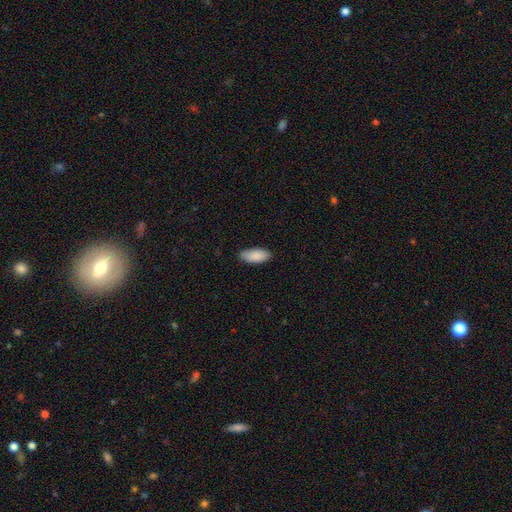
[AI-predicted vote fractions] A smooth galaxy with no disk features (89%) that is in between round and cigar-shaped (88%).

Vote fractions:
- Smooth or featured? smooth: 89% / star or artifact: 6% / featured or disk: 5%
- How rounded? in between: 88% / cigar-shaped: 11% / round: 2%
- Merging? none: 85% / minor disturbance: 12% / major disturbance: 2% / merger: 1%